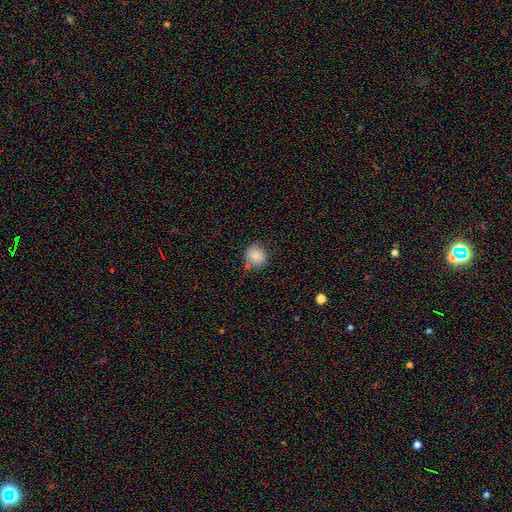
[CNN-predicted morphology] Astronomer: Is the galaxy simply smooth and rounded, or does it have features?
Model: smooth — 85%.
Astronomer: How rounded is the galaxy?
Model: round — 86%.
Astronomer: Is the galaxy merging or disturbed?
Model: none — 77%.